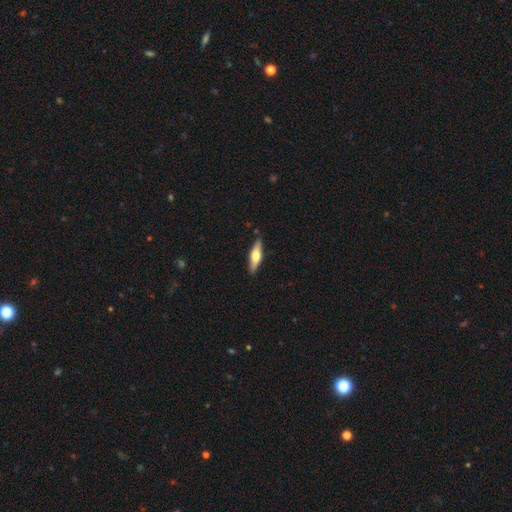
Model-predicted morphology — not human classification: featured or disk 50%, smooth 45%, star or artifact 6%. Down the decision tree: merging — none (86%).